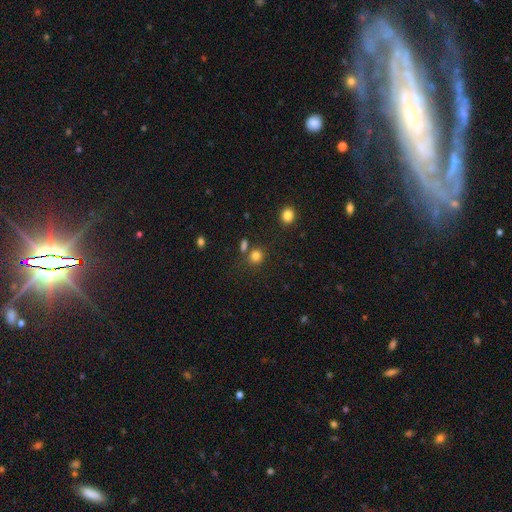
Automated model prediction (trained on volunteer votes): A smooth galaxy with no disk features (81%) that is round (78%).

Vote fractions:
- Smooth or featured? smooth: 81% / star or artifact: 14% / featured or disk: 6%
- How rounded? round: 78% / in between: 21% / cigar-shaped: 1%
- Merging? none: 72% / merger: 13% / minor disturbance: 10% / major disturbance: 4%